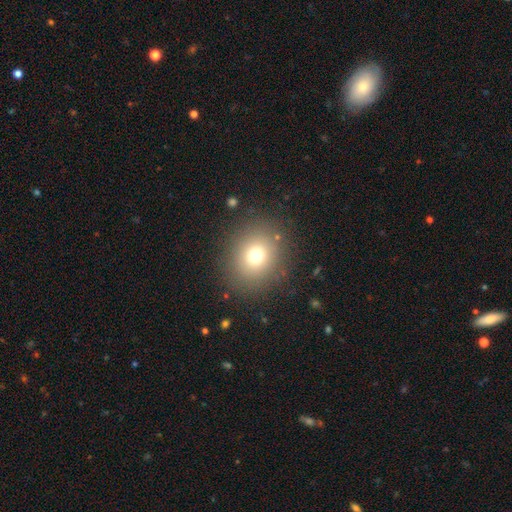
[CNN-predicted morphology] Smooth or featured: smooth — 72% (star or artifact — 16%)
How rounded: round — 73% (in between — 26%)
Merging: none — 86% (minor disturbance — 8%)